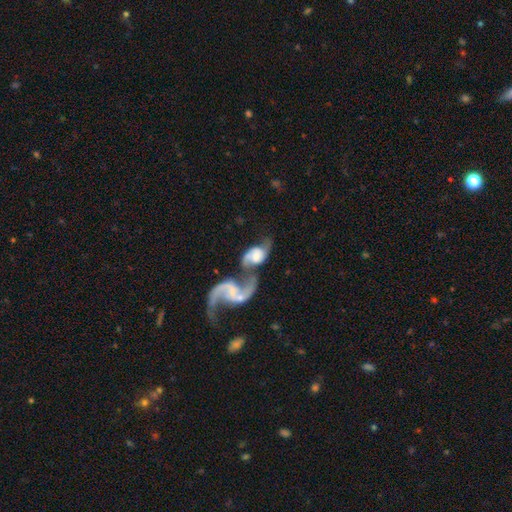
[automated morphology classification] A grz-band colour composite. It shows a featured or disk galaxy (76%) with no bar (58%), 2 (81%) loose (71%) spiral arms (88%) and a small central bulge (34%). Merging: merger (65%).